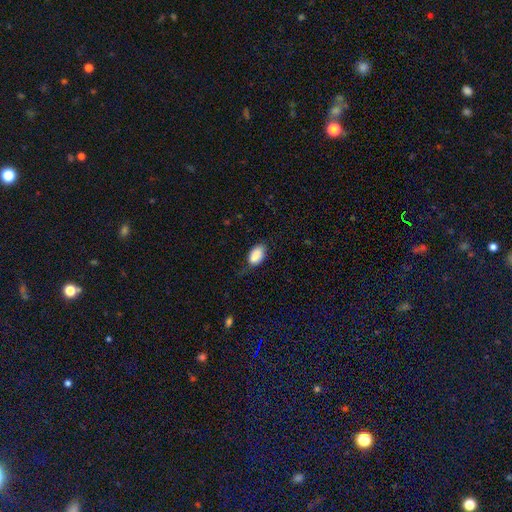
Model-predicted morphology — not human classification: Smooth or featured? smooth (88%)
How rounded? in between (92%)
Merging? none (60%)